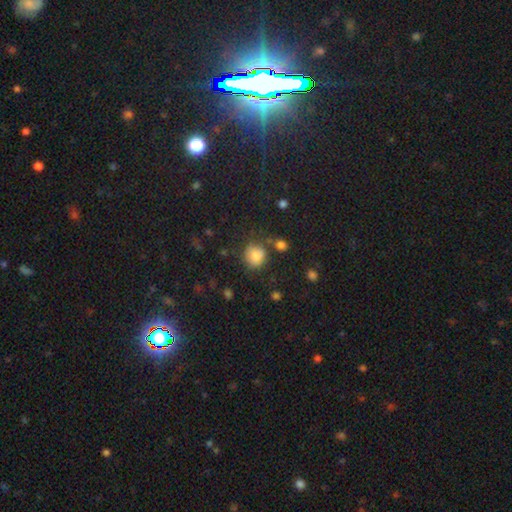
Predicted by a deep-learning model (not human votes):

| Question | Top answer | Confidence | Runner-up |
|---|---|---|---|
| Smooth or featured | smooth | 83% | star or artifact (11%) |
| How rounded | round | 84% | in between (16%) |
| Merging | none | 74% | minor disturbance (14%) |